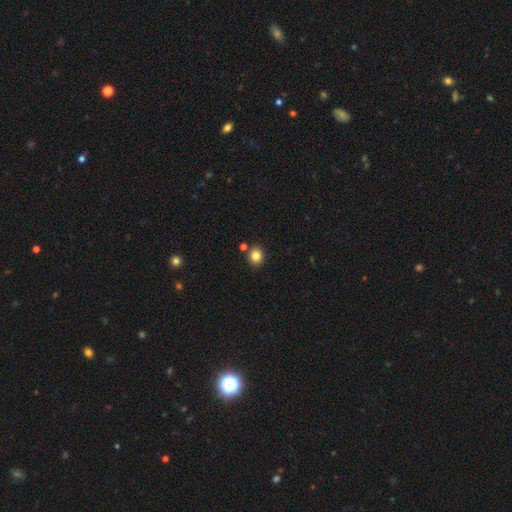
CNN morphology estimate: This appears to be a smooth galaxy with no disk features (83%) that is round (79%). Merging: none (84%).